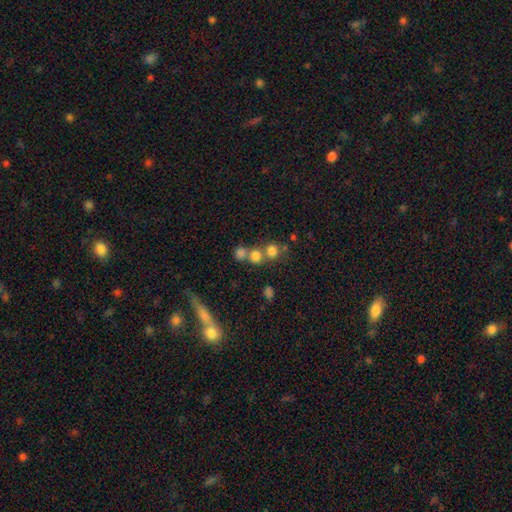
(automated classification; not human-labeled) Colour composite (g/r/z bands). It shows a smooth galaxy with no disk features (73%) that is round (82%). Merging: none (48%).